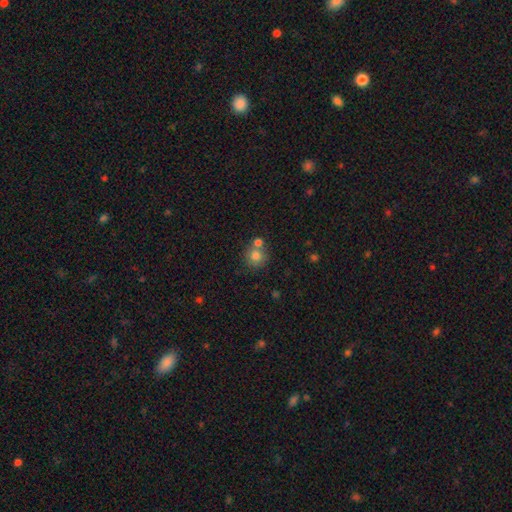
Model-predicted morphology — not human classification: Smooth or featured?
  - smooth: 79% *
  - star or artifact: 12%
  - featured or disk: 10%
How rounded?
  - round: 90% *
  - in between: 10%
  - cigar-shaped: 1%
Merging?
  - none: 58% *
  - merger: 31%
  - minor disturbance: 8%
  - major disturbance: 3%